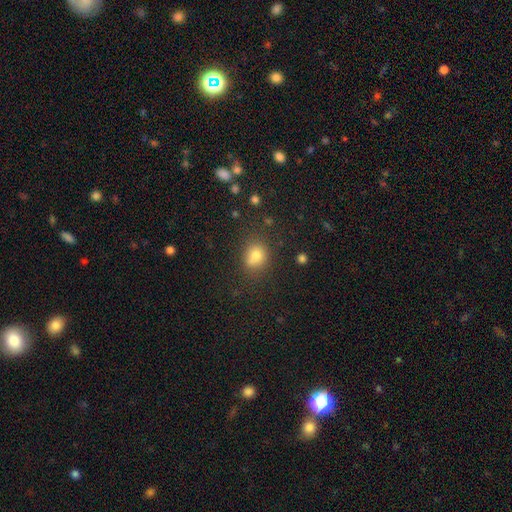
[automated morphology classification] Smooth or featured: smooth — 77% (star or artifact — 15%)
How rounded: round — 55% (in between — 43%)
Merging: none — 69% (minor disturbance — 17%)